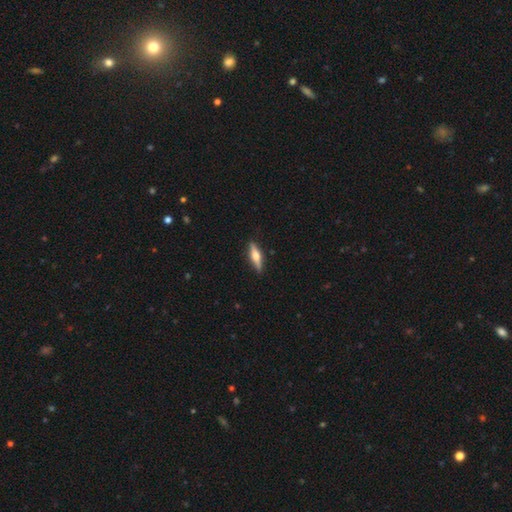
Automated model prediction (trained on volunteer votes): This is possibly a featured or disk galaxy (54%). It is clearly viewed edge-on (95%). Edge-on bulge: clearly rounded (90%). Merging: clearly none (87%).